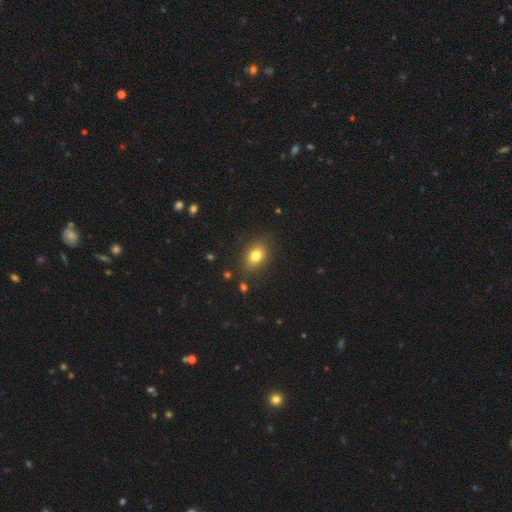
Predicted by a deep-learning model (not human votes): Smooth or featured? Predicted: smooth (p=0.78). How rounded? Predicted: in between (p=0.68). Merging? Predicted: none (p=0.80).